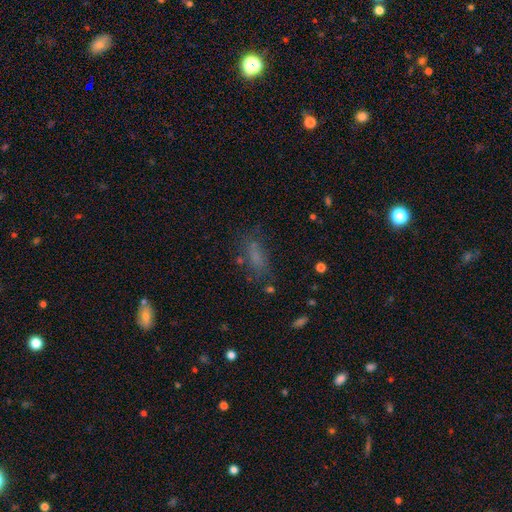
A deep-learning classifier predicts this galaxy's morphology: This appears to be a smooth galaxy with no disk features (64%) that is in between round and cigar-shaped (68%). Merging: none (63%).